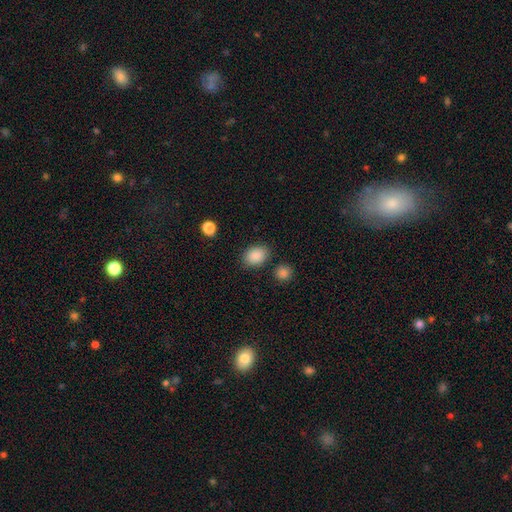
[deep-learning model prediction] This appears to be a smooth galaxy with no disk features (88%) that is in between round and cigar-shaped (72%). Merging: none (81%).